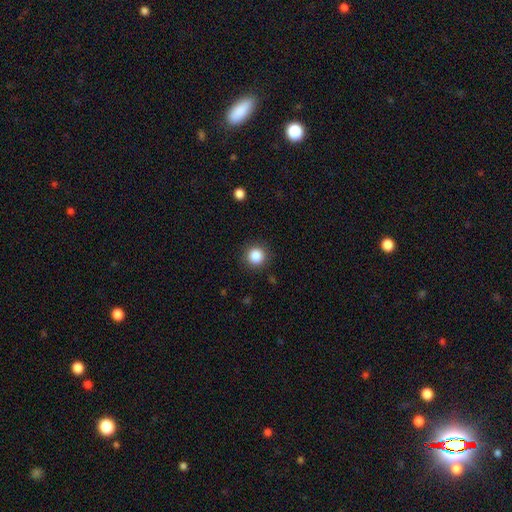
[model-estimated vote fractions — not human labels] smooth-or-featured: smooth: 86% | star or artifact: 10% | featured or disk: 4%
  how-rounded: round: 94% | in between: 5% | cigar-shaped: 1%
  merging: none: 90% | minor disturbance: 6% | major disturbance: 2% | merger: 1%